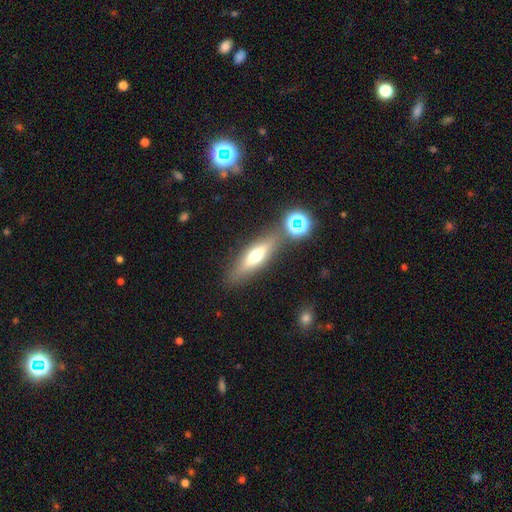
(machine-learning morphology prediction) A smooth galaxy with no disk features (45%).

Vote fractions:
- Smooth or featured? smooth: 45% / featured or disk: 44% / star or artifact: 11%
- Merging? none: 78% / minor disturbance: 11% / merger: 8% / major disturbance: 3%